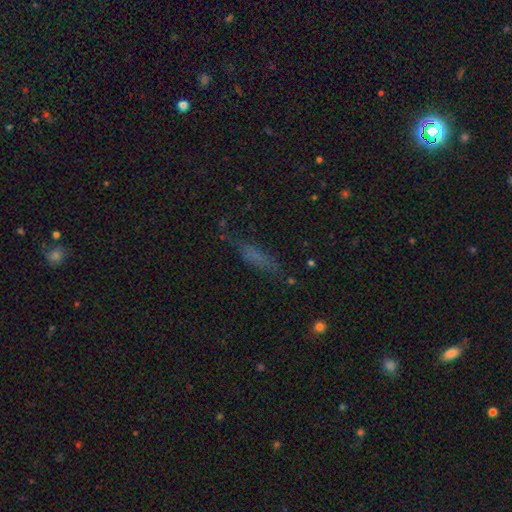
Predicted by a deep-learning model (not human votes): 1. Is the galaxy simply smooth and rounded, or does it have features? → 56% smooth, 25% featured or disk, 19% star or artifact.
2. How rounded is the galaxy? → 73% cigar-shaped, 24% in between, 3% round.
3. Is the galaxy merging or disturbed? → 64% none, 23% minor disturbance, 10% major disturbance, 3% merger.